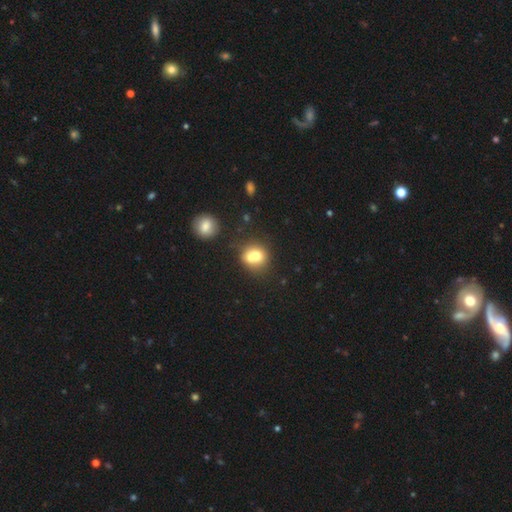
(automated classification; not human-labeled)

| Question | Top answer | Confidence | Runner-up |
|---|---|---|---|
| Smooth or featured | smooth | 70% | featured or disk (19%) |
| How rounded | round | 79% | in between (20%) |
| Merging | merger | 49% | none (38%) |